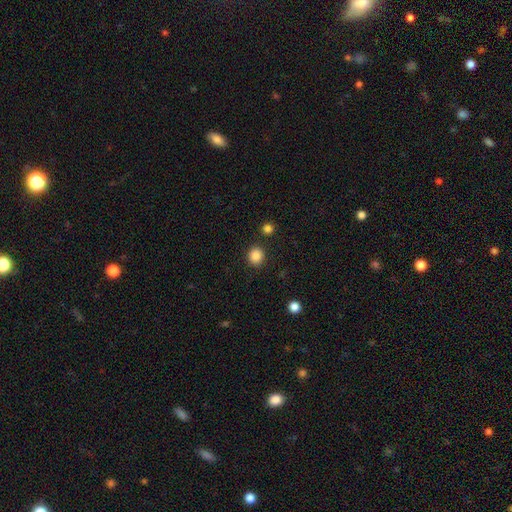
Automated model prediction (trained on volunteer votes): Smooth or featured? smooth (87%)
How rounded? round (84%)
Merging? none (88%)